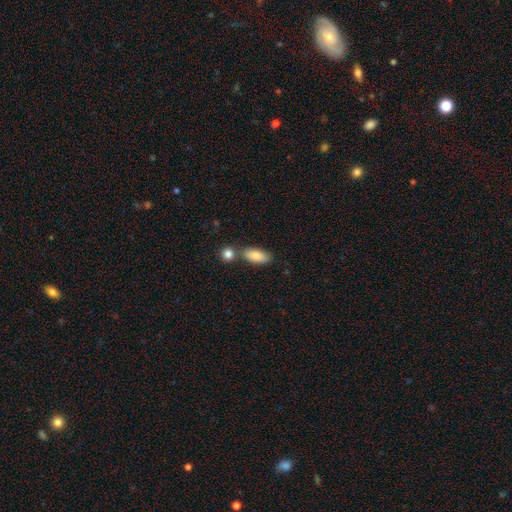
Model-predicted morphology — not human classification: Smooth or featured? smooth (85%)
How rounded? in between (84%)
Merging? none (62%)